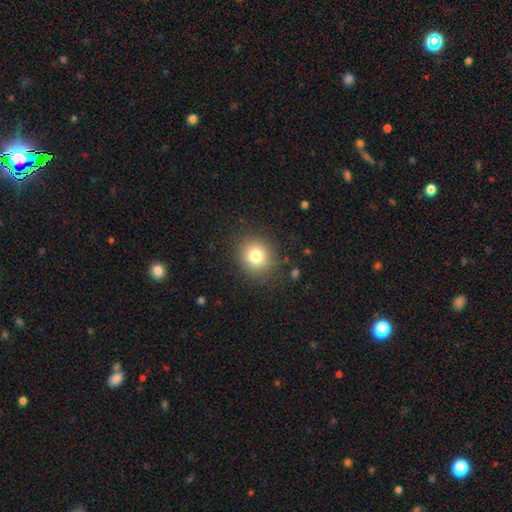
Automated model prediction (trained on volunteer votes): Smooth or featured?
  - smooth: 79% *
  - star or artifact: 12%
  - featured or disk: 9%
How rounded?
  - round: 84% *
  - in between: 15%
  - cigar-shaped: 1%
Merging?
  - none: 87% *
  - minor disturbance: 9%
  - major disturbance: 4%
  - merger: 1%